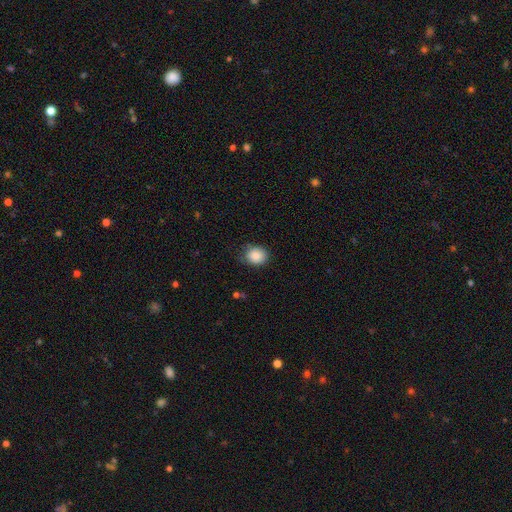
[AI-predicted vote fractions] Morphology: type=smooth (88%); roundness=round (65%); merging=none (76%).